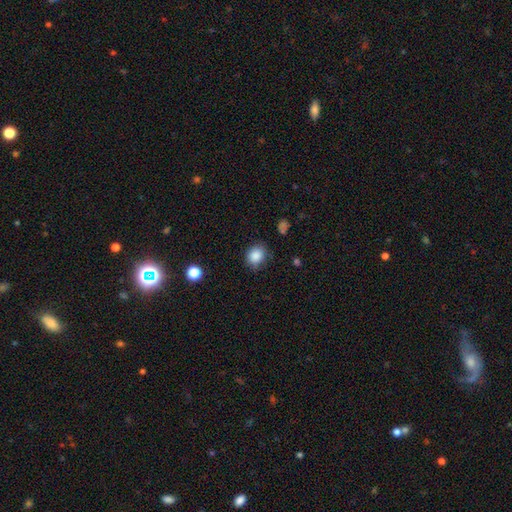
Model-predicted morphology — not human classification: The model was most divided on "how rounded": round: 66%, in between: 33%, cigar-shaped: 1%. More confident: smooth or featured — smooth (86%); merging — none (77%).